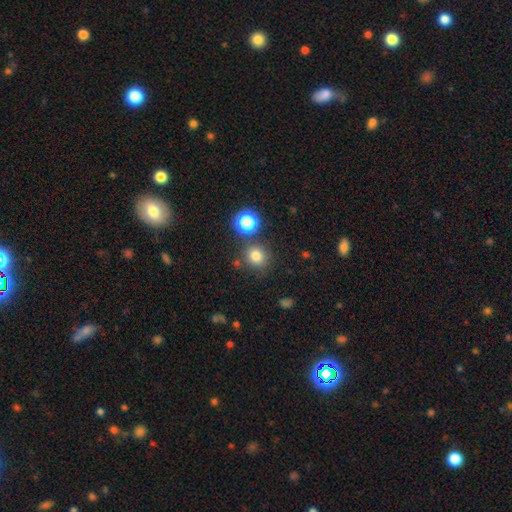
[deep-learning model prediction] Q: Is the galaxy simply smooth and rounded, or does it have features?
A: smooth — 78%.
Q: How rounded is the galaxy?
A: round — 89%.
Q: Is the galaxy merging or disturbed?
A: none — 79%.